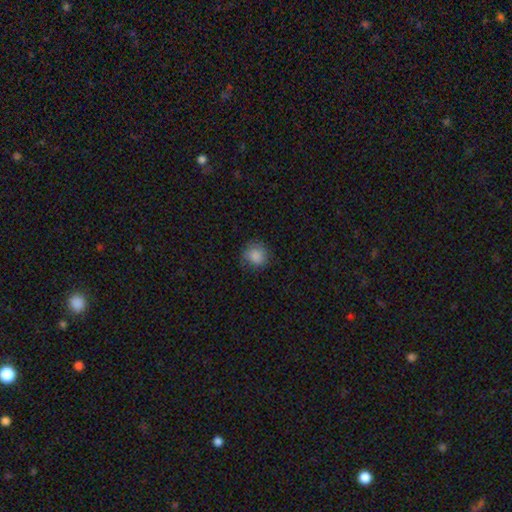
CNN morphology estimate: Smooth or featured: smooth — 85% (star or artifact — 8%)
How rounded: round — 88% (in between — 11%)
Merging: none — 76% (minor disturbance — 17%)